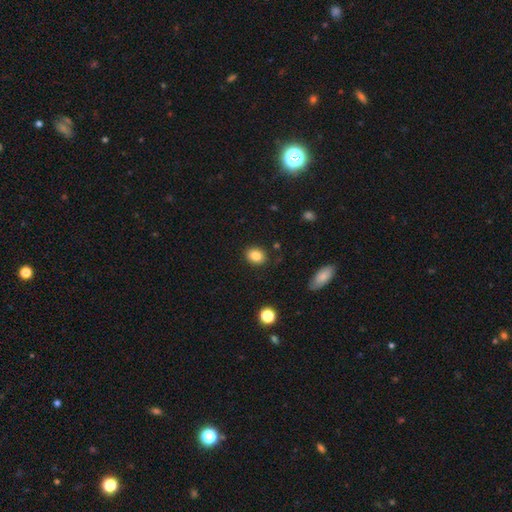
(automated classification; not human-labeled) Smooth or featured: smooth — 84% (star or artifact — 10%)
How rounded: in between — 50% (round — 49%)
Merging: none — 87% (minor disturbance — 9%)